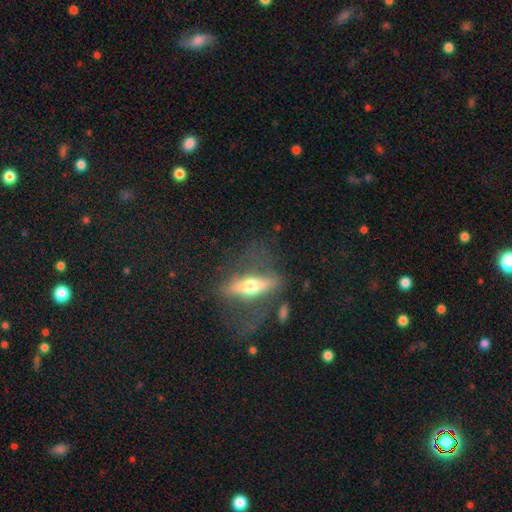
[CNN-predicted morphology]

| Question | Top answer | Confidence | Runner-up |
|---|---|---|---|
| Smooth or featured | featured or disk | 64% | smooth (25%) |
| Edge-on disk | yes | 73% | no (27%) |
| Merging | none | 53% | major disturbance (24%) |